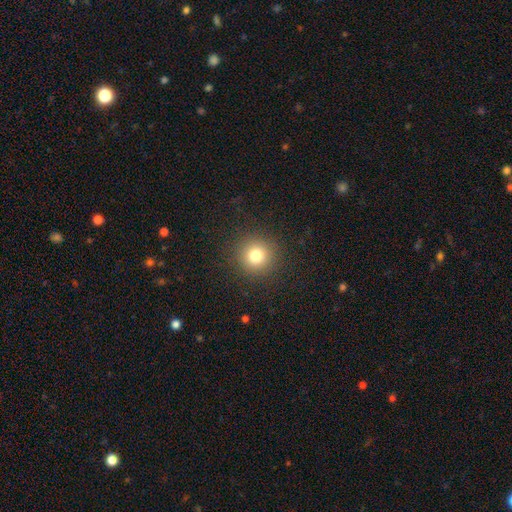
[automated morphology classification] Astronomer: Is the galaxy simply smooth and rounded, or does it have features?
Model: smooth — 78%.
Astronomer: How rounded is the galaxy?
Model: round — 94%.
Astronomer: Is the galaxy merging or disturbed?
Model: none — 91%.